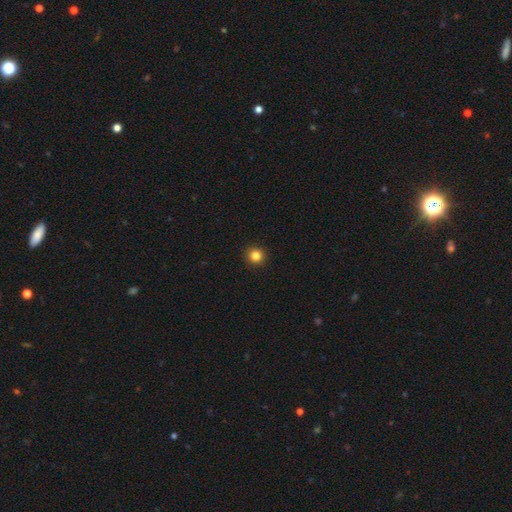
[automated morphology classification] This is clearly a smooth galaxy (84%). How rounded: clearly round (94%). Merging: clearly none (94%).